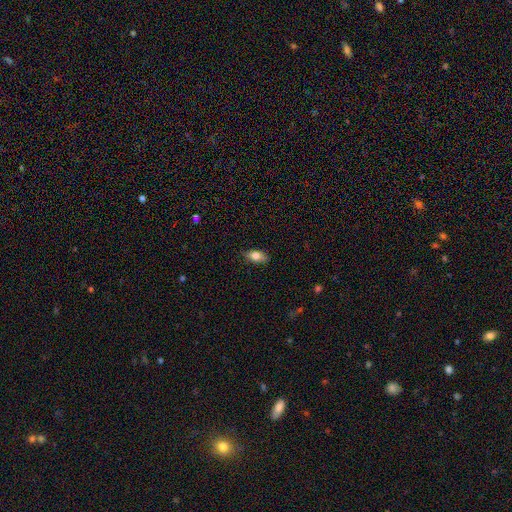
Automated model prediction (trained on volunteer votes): Smooth or featured? smooth (80%)
How rounded? in between (87%)
Merging? none (82%)